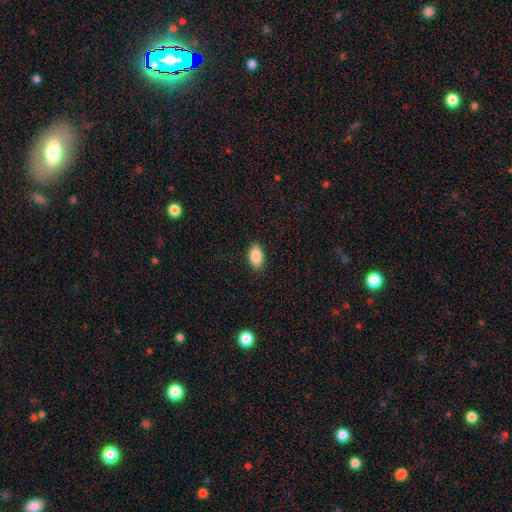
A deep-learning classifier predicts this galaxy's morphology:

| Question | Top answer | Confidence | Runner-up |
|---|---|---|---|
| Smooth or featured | smooth | 86% | star or artifact (7%) |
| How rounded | in between | 92% | round (4%) |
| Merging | none | 88% | minor disturbance (9%) |